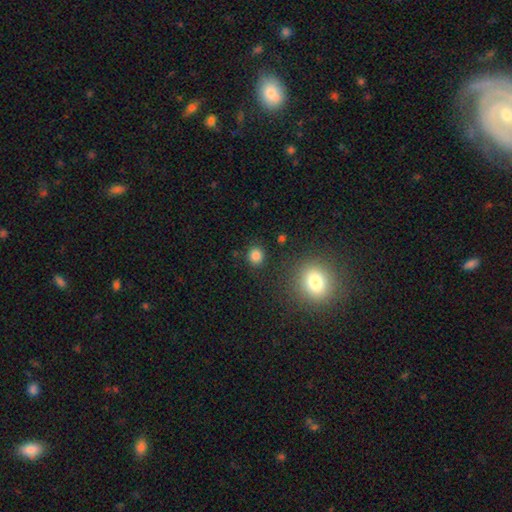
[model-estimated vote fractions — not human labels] A smooth galaxy with no disk features (83%) that is round (85%). Merging: none (88%).